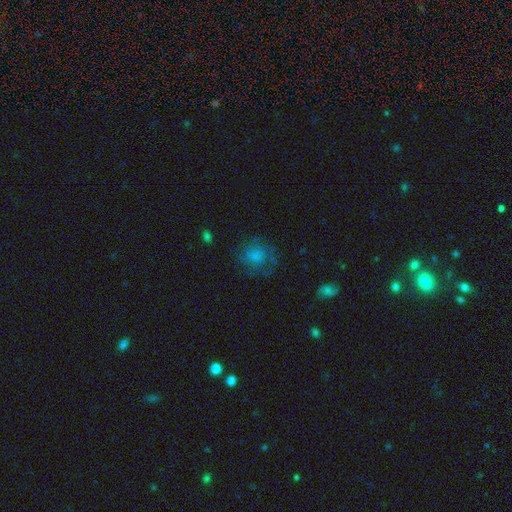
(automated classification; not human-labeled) smooth-or-featured: smooth: 58% | featured or disk: 30% | star or artifact: 12%
  how-rounded: round: 73% | in between: 26% | cigar-shaped: 1%
  merging: none: 59% | minor disturbance: 21% | major disturbance: 19% | merger: 2%